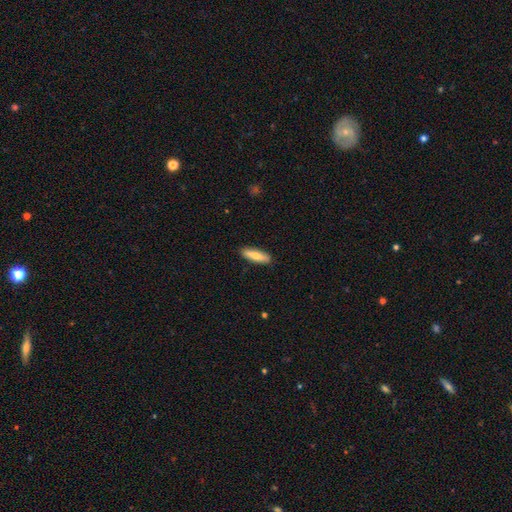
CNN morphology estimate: Q: Smooth or featured?
A: smooth (75%); runner-up: featured or disk (19%)
Q: How rounded?
A: cigar-shaped (63%); runner-up: in between (36%)
Q: Merging?
A: none (89%); runner-up: minor disturbance (9%)